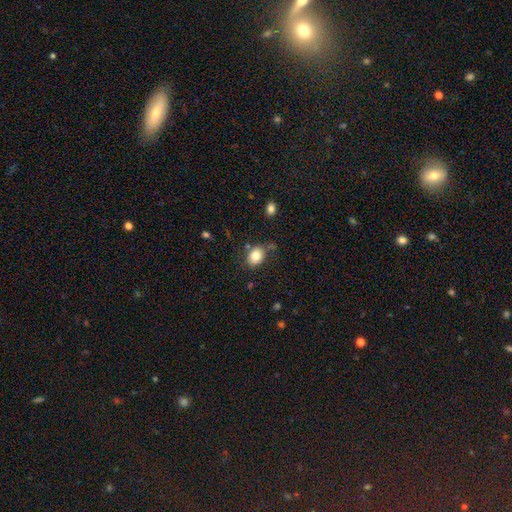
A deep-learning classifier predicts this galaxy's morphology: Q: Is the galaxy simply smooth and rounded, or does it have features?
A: smooth — 81%.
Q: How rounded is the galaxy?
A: in between — 57%.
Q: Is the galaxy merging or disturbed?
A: none — 75%.